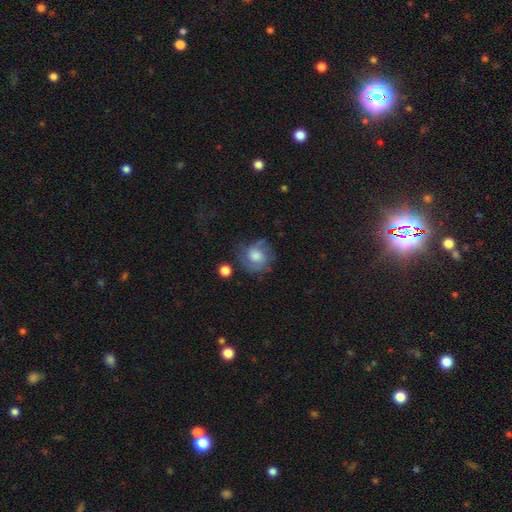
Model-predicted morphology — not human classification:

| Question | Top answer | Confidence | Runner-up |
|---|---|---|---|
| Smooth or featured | featured or disk | 50% | smooth (41%) |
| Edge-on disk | no | 97% | yes (3%) |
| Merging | none | 55% | minor disturbance (24%) |